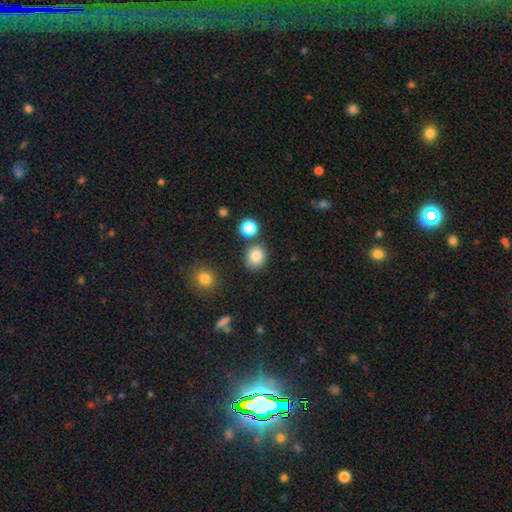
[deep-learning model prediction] Smooth or featured? Predicted: smooth (p=0.84). How rounded? Predicted: round (p=0.67). Merging? Predicted: none (p=0.77).